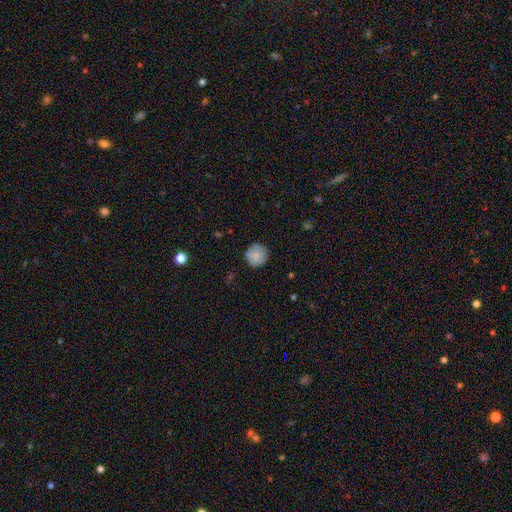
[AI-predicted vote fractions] Smooth or featured?
  - smooth: 82% *
  - featured or disk: 11%
  - star or artifact: 8%
How rounded?
  - round: 94% *
  - in between: 5%
  - cigar-shaped: 1%
Merging?
  - none: 82% *
  - minor disturbance: 14%
  - major disturbance: 3%
  - merger: 1%